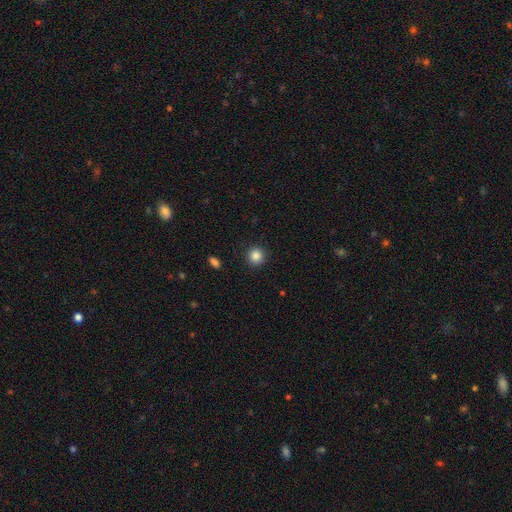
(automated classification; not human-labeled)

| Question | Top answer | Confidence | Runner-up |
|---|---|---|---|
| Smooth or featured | smooth | 86% | star or artifact (10%) |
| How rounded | round | 94% | in between (5%) |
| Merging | none | 92% | minor disturbance (5%) |